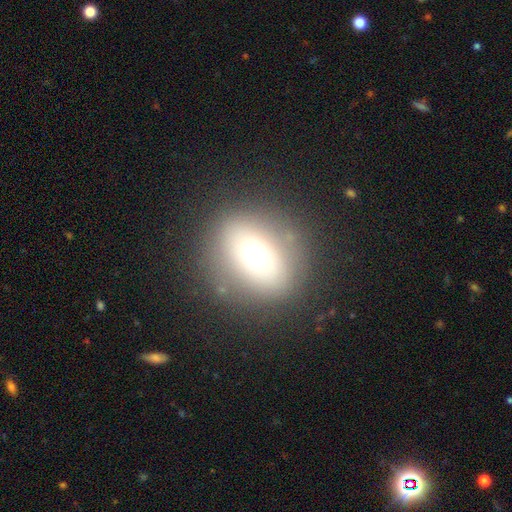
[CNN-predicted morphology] This appears to be a smooth galaxy with no disk features (65%) that is round (63%). Merging: none (79%).